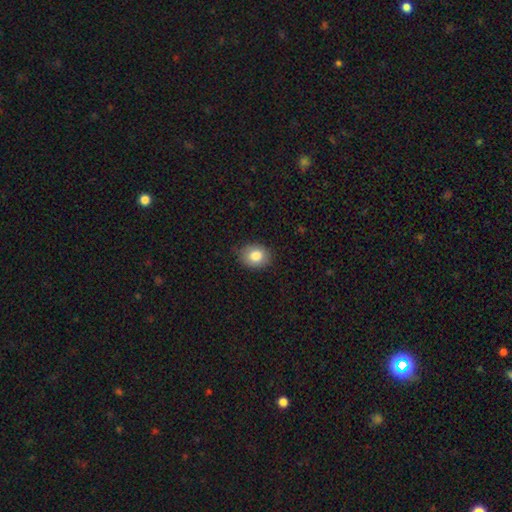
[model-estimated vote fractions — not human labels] Morphology: type=smooth (83%); roundness=round (52%); merging=none (82%).